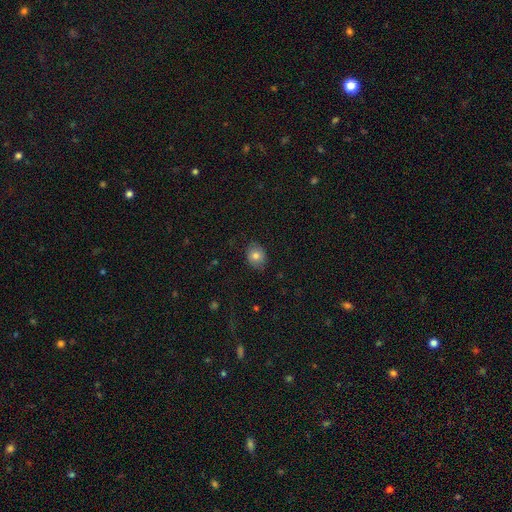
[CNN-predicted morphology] Smooth or featured: smooth — 78% (featured or disk — 13%)
How rounded: round — 50% (in between — 49%)
Merging: none — 80% (minor disturbance — 15%)